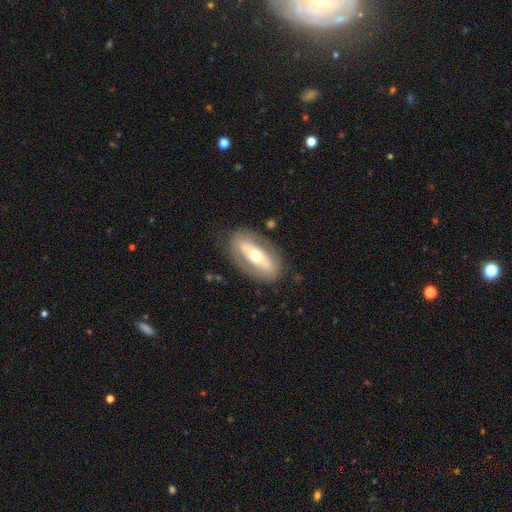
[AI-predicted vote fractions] The model was most divided on "smooth or featured": featured or disk: 58%, smooth: 36%, star or artifact: 6%. More confident: merging — none (80%); edge-on disk — no (77%).